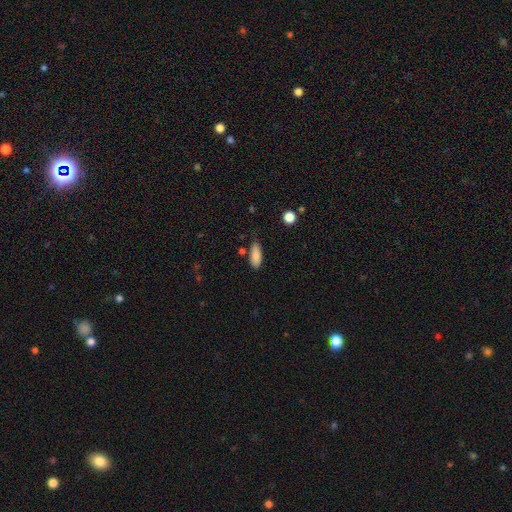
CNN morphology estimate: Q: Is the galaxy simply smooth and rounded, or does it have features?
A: smooth — 86%.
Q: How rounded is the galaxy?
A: in between — 75%.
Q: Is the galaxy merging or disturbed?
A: none — 75%.